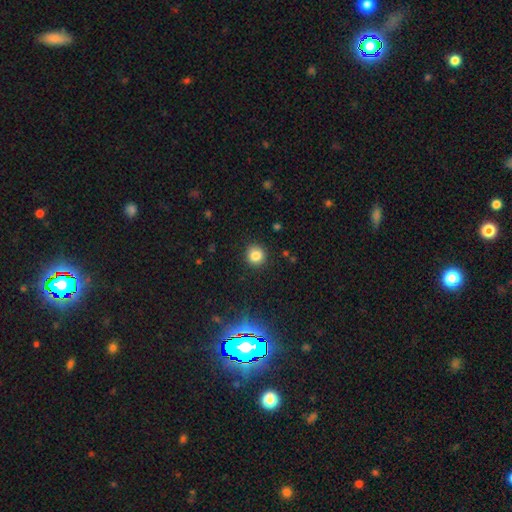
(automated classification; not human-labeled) Q: Smooth or featured?
A: smooth (83%); runner-up: star or artifact (11%)
Q: How rounded?
A: round (90%); runner-up: in between (9%)
Q: Merging?
A: none (90%); runner-up: minor disturbance (6%)